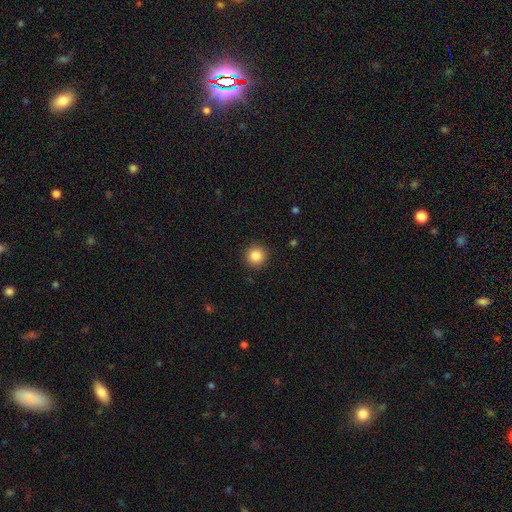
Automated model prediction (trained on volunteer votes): smooth-or-featured: smooth: 85% | star or artifact: 10% | featured or disk: 4%
  how-rounded: round: 95% | in between: 4% | cigar-shaped: 1%
  merging: none: 92% | minor disturbance: 6% | major disturbance: 2% | merger: 1%